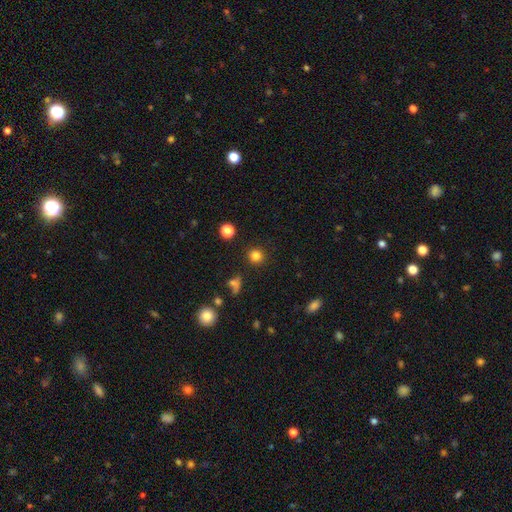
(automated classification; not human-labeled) A smooth galaxy with no disk features (81%) that is round (93%).

Vote fractions:
- Smooth or featured? smooth: 81% / star or artifact: 14% / featured or disk: 5%
- How rounded? round: 93% / in between: 6% / cigar-shaped: 1%
- Merging? none: 90% / minor disturbance: 6% / major disturbance: 2% / merger: 2%